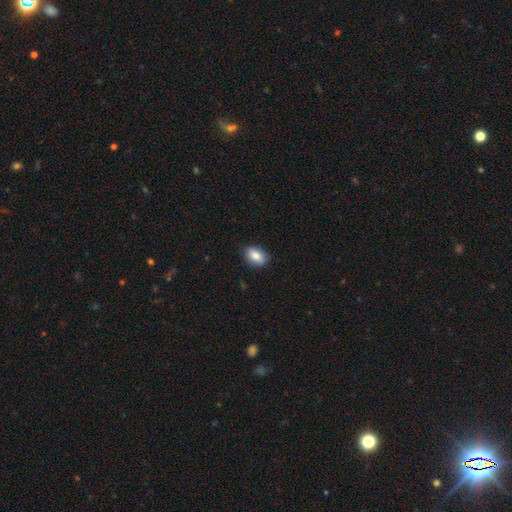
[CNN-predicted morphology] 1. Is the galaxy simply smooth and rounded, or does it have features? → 83% smooth, 9% featured or disk, 8% star or artifact.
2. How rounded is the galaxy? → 82% in between, 16% round, 2% cigar-shaped.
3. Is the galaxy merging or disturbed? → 85% none, 12% minor disturbance, 2% major disturbance, 1% merger.